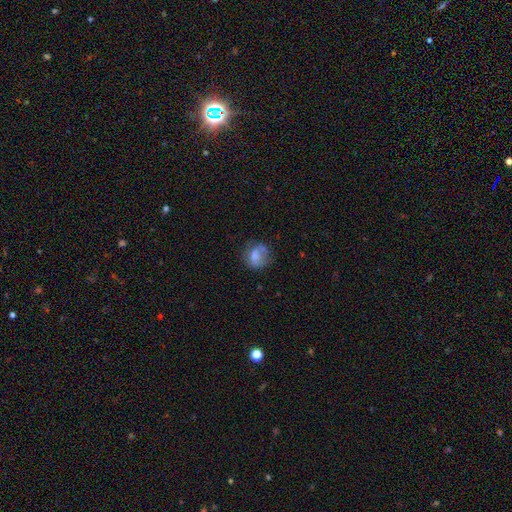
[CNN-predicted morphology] smooth-or-featured: smooth: 71% | featured or disk: 20% | star or artifact: 10%
  how-rounded: round: 63% | in between: 36% | cigar-shaped: 1%
  merging: none: 47% | minor disturbance: 26% | major disturbance: 16% | merger: 11%